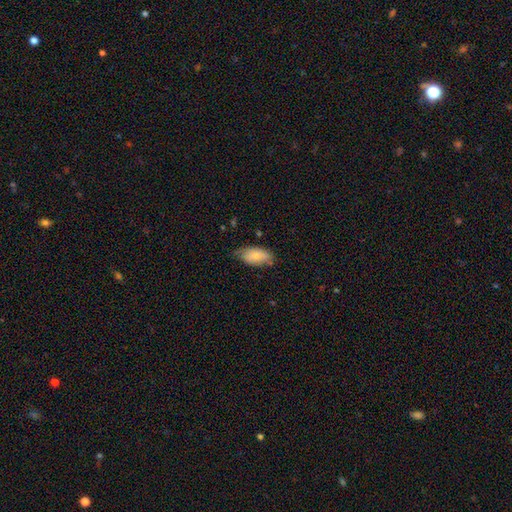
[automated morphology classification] type=smooth (79%); roundness=in between (92%); merging=none (64%).